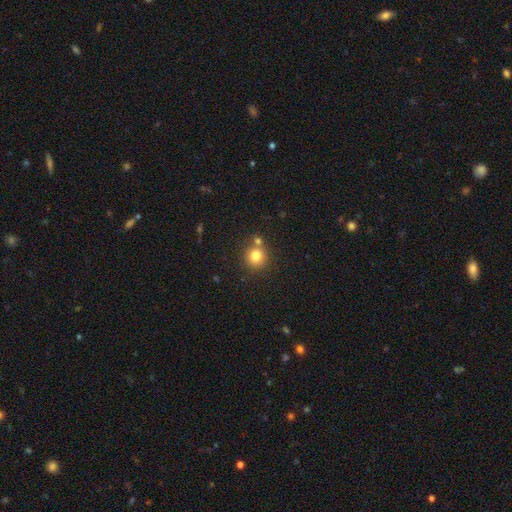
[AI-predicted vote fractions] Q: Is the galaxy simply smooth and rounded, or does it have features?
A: smooth — 80%.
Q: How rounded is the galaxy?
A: round — 89%.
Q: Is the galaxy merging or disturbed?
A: none — 70%.